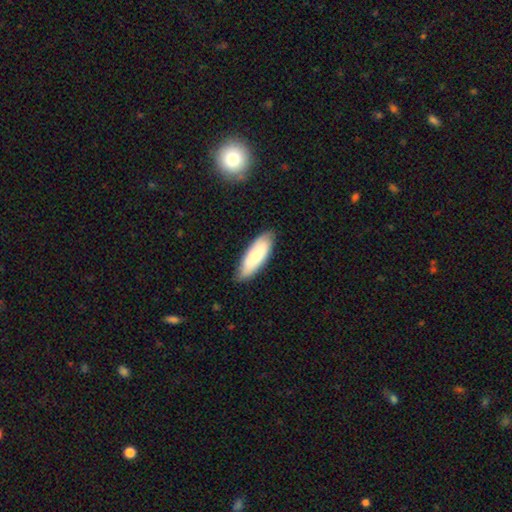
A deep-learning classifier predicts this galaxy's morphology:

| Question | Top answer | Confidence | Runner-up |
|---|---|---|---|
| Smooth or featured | smooth | 73% | featured or disk (21%) |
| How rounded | in between | 63% | cigar-shaped (36%) |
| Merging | none | 82% | minor disturbance (14%) |